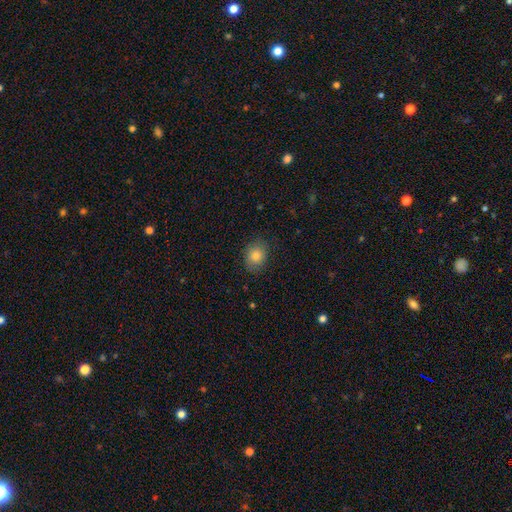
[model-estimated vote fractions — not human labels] smooth_or_featured: smooth (p=0.83) [alt: star or artifact p=0.09]
how_rounded: in between (p=0.52) [alt: round p=0.47]
merging: none (p=0.82) [alt: minor disturbance p=0.14]